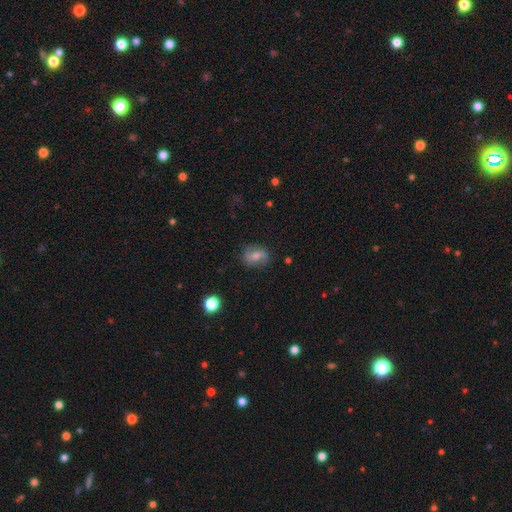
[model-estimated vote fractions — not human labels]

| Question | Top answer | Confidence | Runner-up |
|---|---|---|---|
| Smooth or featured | featured or disk | 55% | smooth (34%) |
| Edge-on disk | no | 95% | yes (5%) |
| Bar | weak | 43% | no (34%) |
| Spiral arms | yes | 81% | no (19%) |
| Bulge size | moderate | 64% | small (27%) |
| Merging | none | 81% | minor disturbance (13%) |